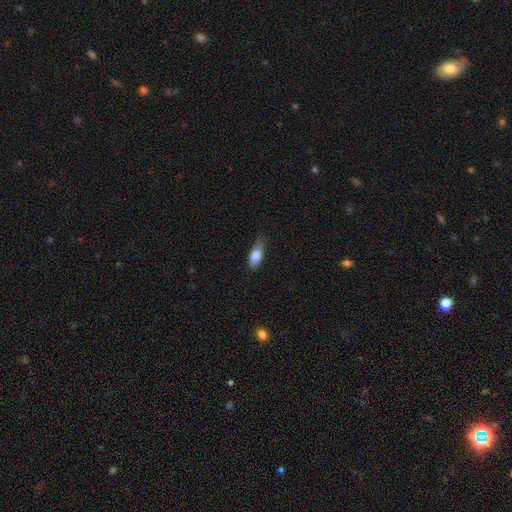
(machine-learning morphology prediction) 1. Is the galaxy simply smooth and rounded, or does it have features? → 78% smooth, 15% featured or disk, 7% star or artifact.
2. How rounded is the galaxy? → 75% in between, 21% cigar-shaped, 4% round.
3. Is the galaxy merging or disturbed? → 64% none, 28% minor disturbance, 6% major disturbance, 1% merger.